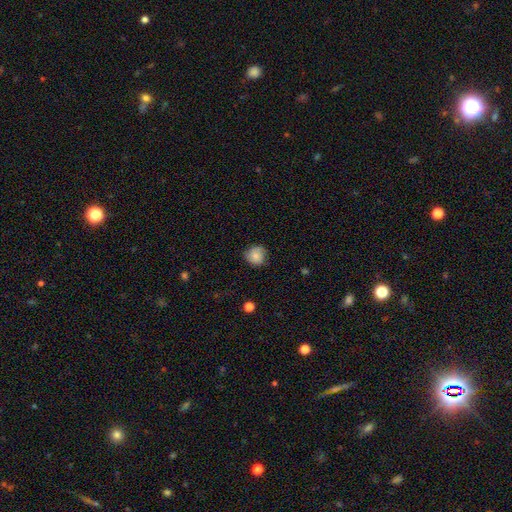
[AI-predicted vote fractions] smooth_or_featured: smooth (p=0.77) [alt: featured or disk p=0.15]
how_rounded: round (p=0.86) [alt: in between p=0.13]
merging: none (p=0.74) [alt: minor disturbance p=0.21]